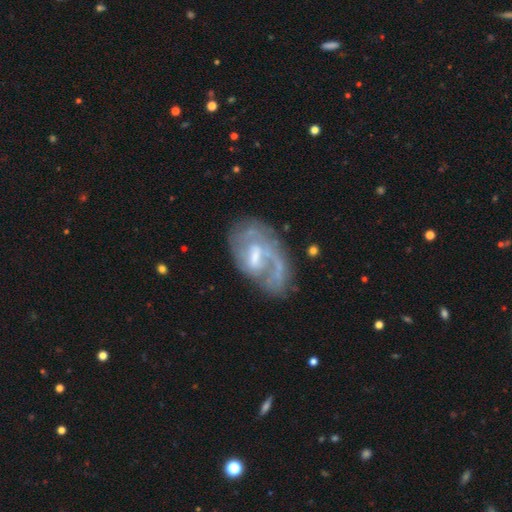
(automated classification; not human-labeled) Smooth or featured? Predicted: featured or disk (p=0.76). Edge-on disk? Predicted: no (p=0.96). Bar? Predicted: weak (p=0.54). Spiral arms? Predicted: yes (p=0.75). Spiral winding? Predicted: medium (p=0.39). Spiral arm count? Predicted: 1 (p=0.45). Bulge size? Predicted: moderate (p=0.44). Merging? Predicted: none (p=0.50).